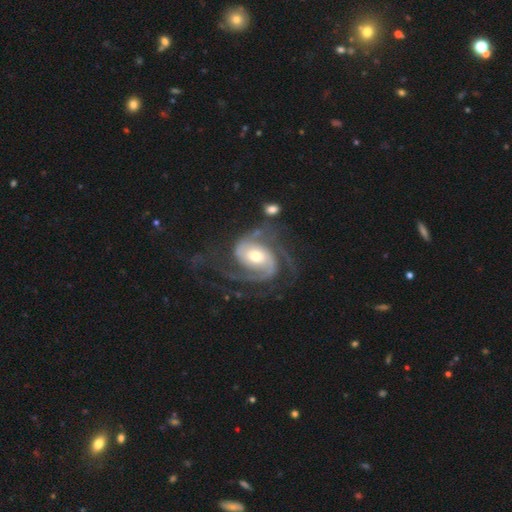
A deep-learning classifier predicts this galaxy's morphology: Smooth or featured: featured or disk — 92% (smooth — 4%)
Edge-on disk: no — 98% (yes — 2%)
Bar: no — 52% (weak — 33%)
Spiral arms: yes — 98% (no — 2%)
Spiral winding: medium — 50% (tight — 36%)
Spiral arm count: 2 — 59% (3 — 22%)
Bulge size: moderate — 65% (small — 23%)
Merging: none — 60% (major disturbance — 19%)